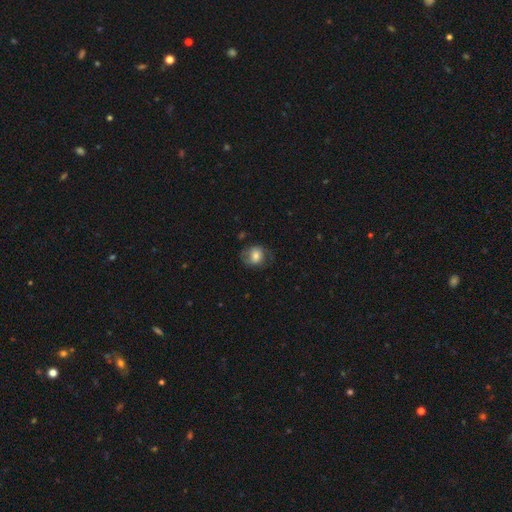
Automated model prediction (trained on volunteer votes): Smooth or featured? Predicted: smooth (p=0.61). How rounded? Predicted: round (p=0.60). Merging? Predicted: none (p=0.62).